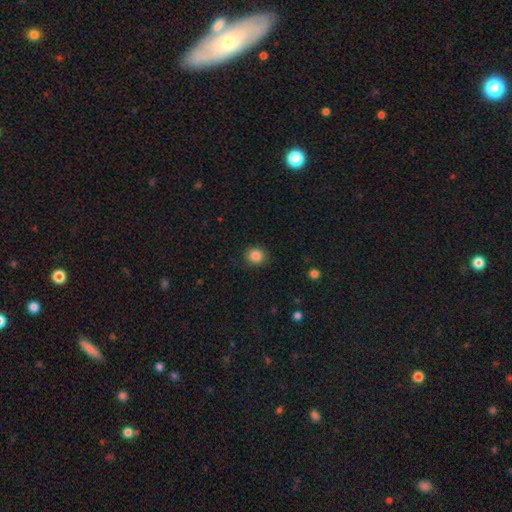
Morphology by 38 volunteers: Overall: smooth (92%). How rounded: round (83%). Merging: none (86%).